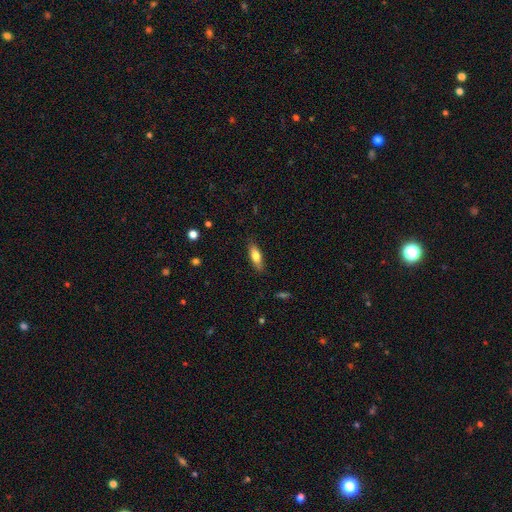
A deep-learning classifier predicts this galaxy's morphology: Smooth or featured? Predicted: smooth (p=0.72). How rounded? Predicted: in between (p=0.57). Merging? Predicted: none (p=0.85).